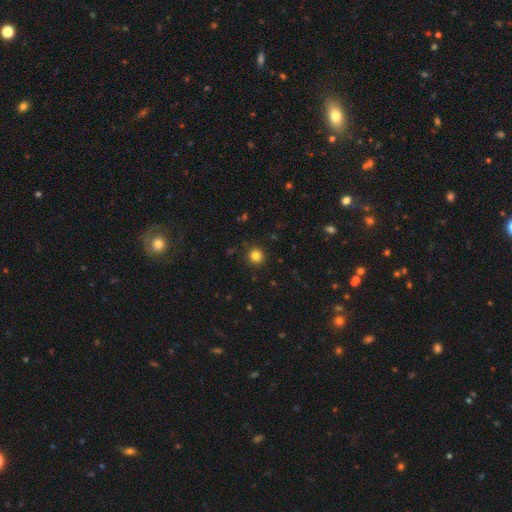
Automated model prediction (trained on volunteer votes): Smooth or featured: smooth — 83% (star or artifact — 12%)
How rounded: round — 95% (in between — 4%)
Merging: none — 91% (minor disturbance — 6%)